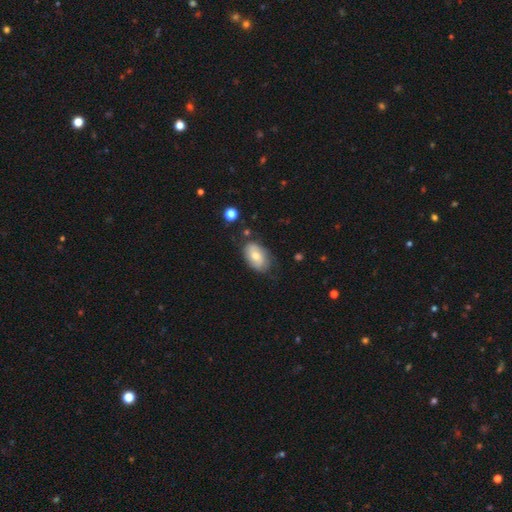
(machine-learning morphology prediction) Overall: smooth (63%; featured or disk 30%). How rounded: in between (90%). Merging: none (66%).